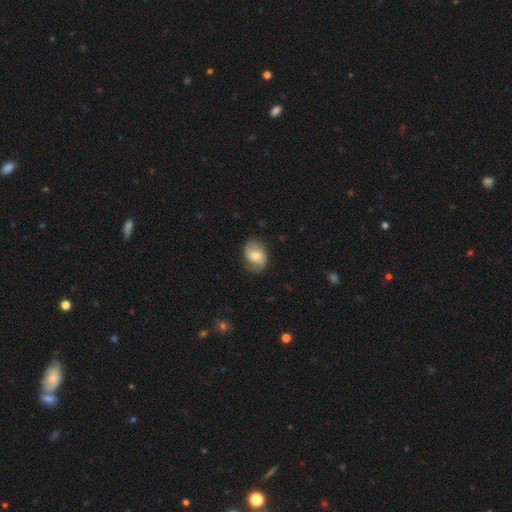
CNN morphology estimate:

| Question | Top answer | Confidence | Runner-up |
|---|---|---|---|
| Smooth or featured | featured or disk | 51% | smooth (42%) |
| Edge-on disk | no | 96% | yes (4%) |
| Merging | none | 72% | minor disturbance (20%) |